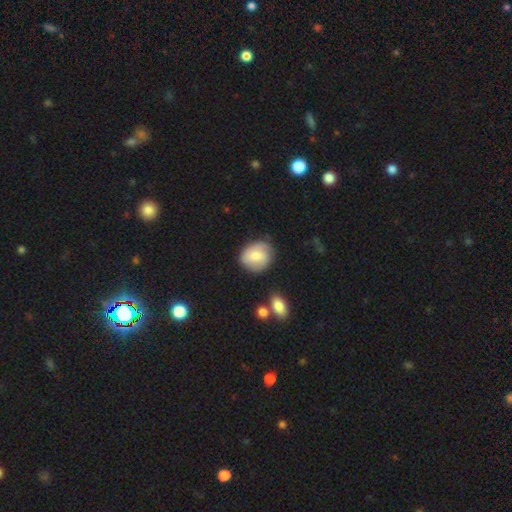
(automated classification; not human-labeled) smooth_or_featured: smooth (p=0.67) [alt: featured or disk p=0.26]
how_rounded: round (p=0.66) [alt: in between p=0.33]
merging: none (p=0.73) [alt: minor disturbance p=0.19]